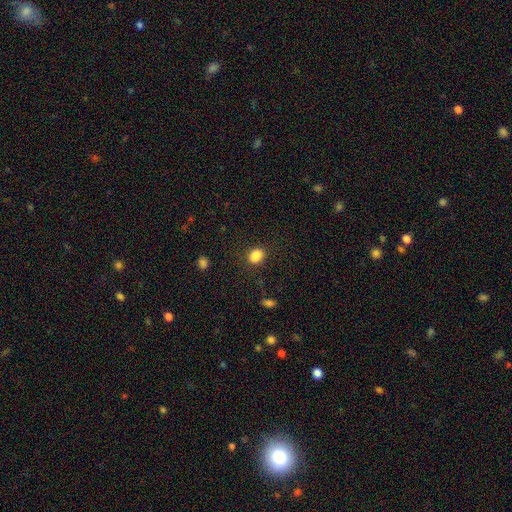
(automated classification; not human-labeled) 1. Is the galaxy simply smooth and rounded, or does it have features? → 86% smooth, 10% star or artifact, 4% featured or disk.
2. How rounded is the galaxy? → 52% in between, 47% round, 1% cigar-shaped.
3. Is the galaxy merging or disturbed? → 83% none, 11% minor disturbance, 4% major disturbance, 2% merger.